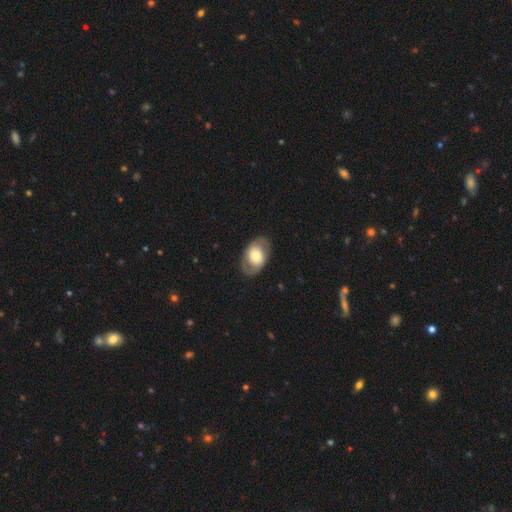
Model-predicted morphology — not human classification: smooth_or_featured: smooth (p=0.53) [alt: featured or disk p=0.41]
how_rounded: in between (p=0.80) [alt: round p=0.19]
merging: none (p=0.80) [alt: minor disturbance p=0.13]